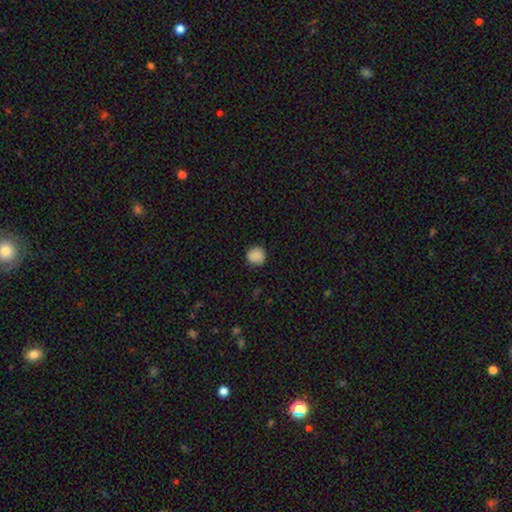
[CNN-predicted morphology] smooth-or-featured: smooth: 87% | star or artifact: 9% | featured or disk: 4%
  how-rounded: round: 91% | in between: 8% | cigar-shaped: 1%
  merging: none: 86% | minor disturbance: 10% | major disturbance: 3% | merger: 1%